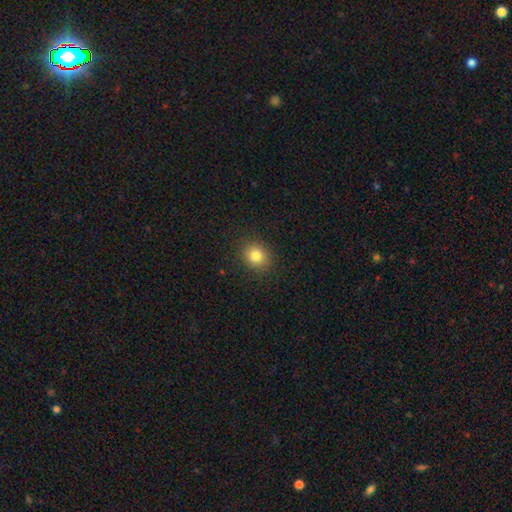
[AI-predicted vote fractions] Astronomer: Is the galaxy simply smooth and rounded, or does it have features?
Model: smooth — 82%.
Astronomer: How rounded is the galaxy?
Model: round — 75%.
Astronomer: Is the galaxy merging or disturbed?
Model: none — 89%.